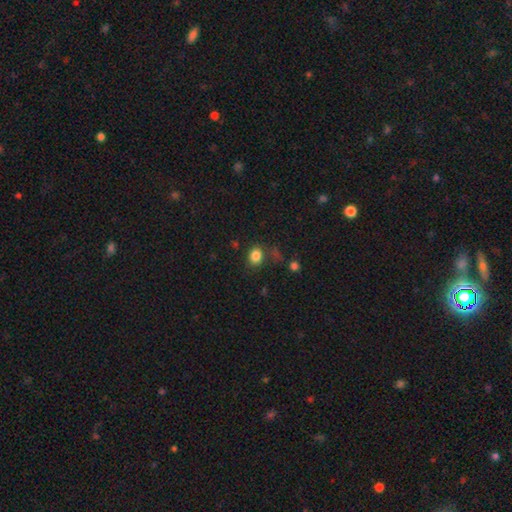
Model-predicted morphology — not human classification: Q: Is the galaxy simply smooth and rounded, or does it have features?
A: smooth — 84%.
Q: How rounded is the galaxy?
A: round — 57%.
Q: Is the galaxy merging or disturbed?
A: none — 76%.